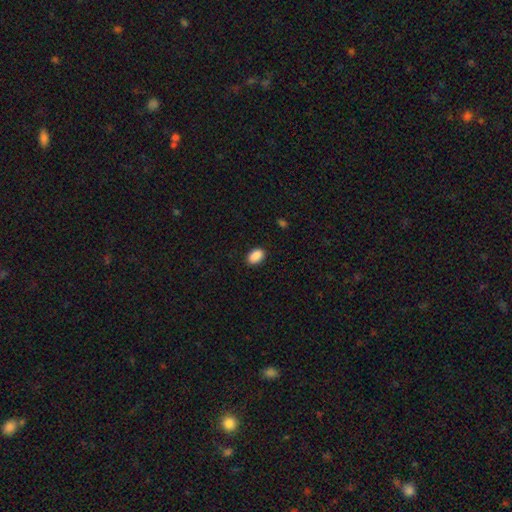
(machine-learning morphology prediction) smooth 90%, star or artifact 8%, featured or disk 3%. Down the decision tree: how rounded — in between (89%); merging — none (88%).